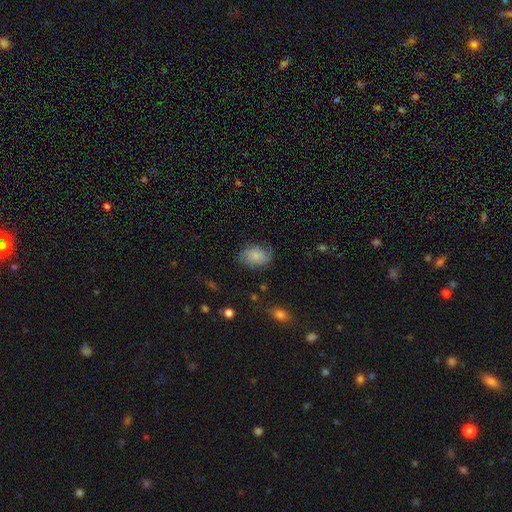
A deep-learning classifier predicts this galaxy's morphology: Smooth or featured: smooth — 57% (featured or disk — 34%)
How rounded: in between — 81% (round — 18%)
Merging: none — 65% (minor disturbance — 23%)